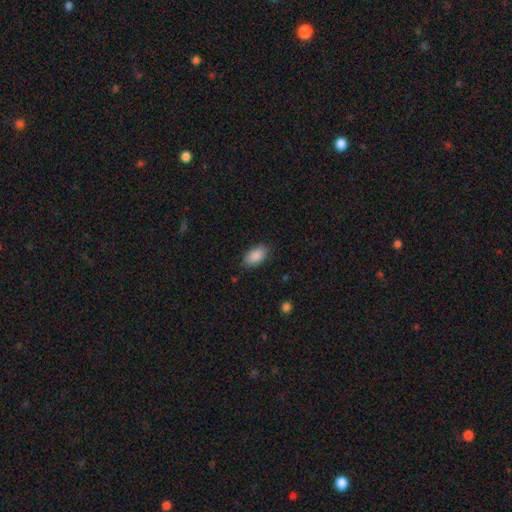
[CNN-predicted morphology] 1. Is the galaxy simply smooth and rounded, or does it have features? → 89% smooth, 6% star or artifact, 5% featured or disk.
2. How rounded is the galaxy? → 93% in between, 4% cigar-shaped, 3% round.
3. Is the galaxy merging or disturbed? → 85% none, 11% minor disturbance, 3% major disturbance, 1% merger.